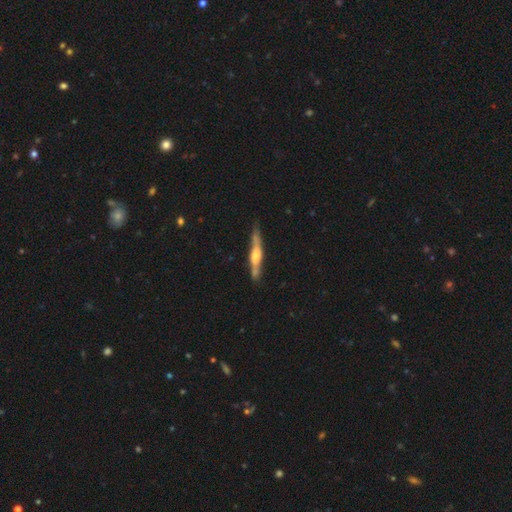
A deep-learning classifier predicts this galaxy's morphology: This appears to be a featured or disk galaxy (69%) viewed edge-on (95%) with a rounded central bulge (83%). Merging: none (79%).